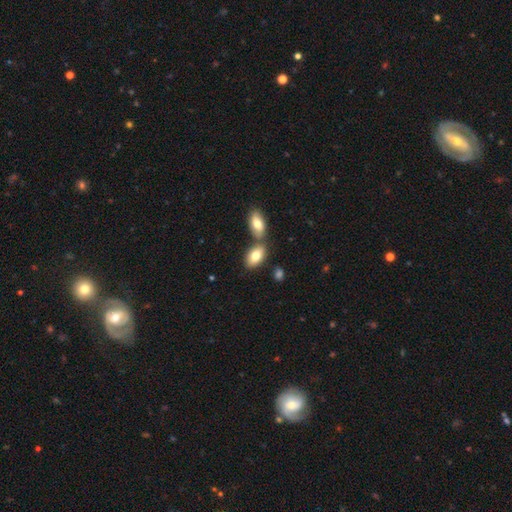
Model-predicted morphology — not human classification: smooth_or_featured: smooth (p=0.80) [alt: featured or disk p=0.13]
how_rounded: in between (p=0.93) [alt: round p=0.05]
merging: none (p=0.56) [alt: merger p=0.32]